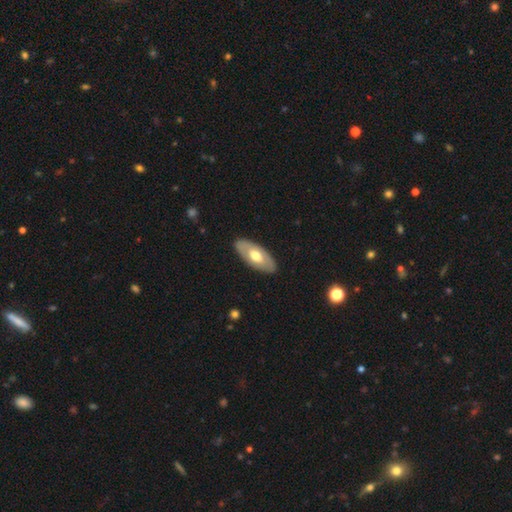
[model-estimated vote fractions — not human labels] smooth-or-featured: smooth: 52% | featured or disk: 43% | star or artifact: 4%
  how-rounded: in between: 90% | cigar-shaped: 7% | round: 3%
  merging: none: 87% | minor disturbance: 10% | major disturbance: 2% | merger: 1%